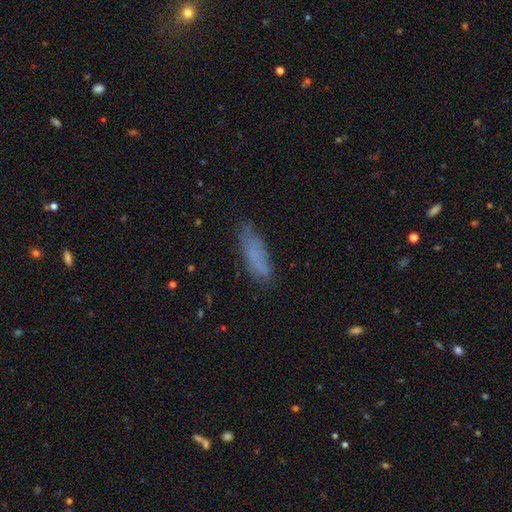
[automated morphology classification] smooth_or_featured: smooth (p=0.68) [alt: featured or disk p=0.22]
how_rounded: cigar-shaped (p=0.52) [alt: in between p=0.46]
merging: none (p=0.69) [alt: minor disturbance p=0.22]